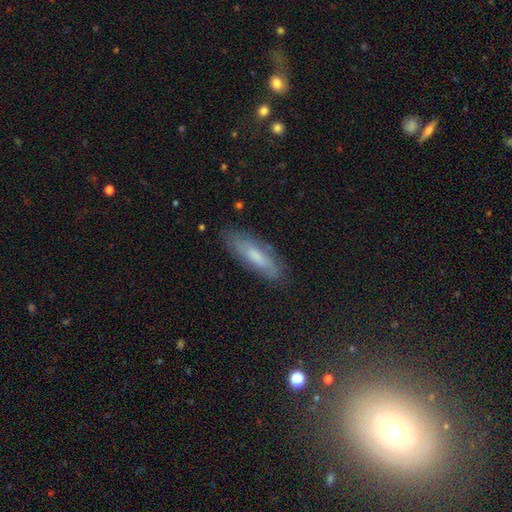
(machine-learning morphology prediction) A smooth galaxy with no disk features (56%) that is cigar-shaped (56%).

Vote fractions:
- Smooth or featured? smooth: 56% / featured or disk: 34% / star or artifact: 9%
- How rounded? cigar-shaped: 56% / in between: 42% / round: 2%
- Merging? none: 80% / minor disturbance: 15% / major disturbance: 3% / merger: 1%